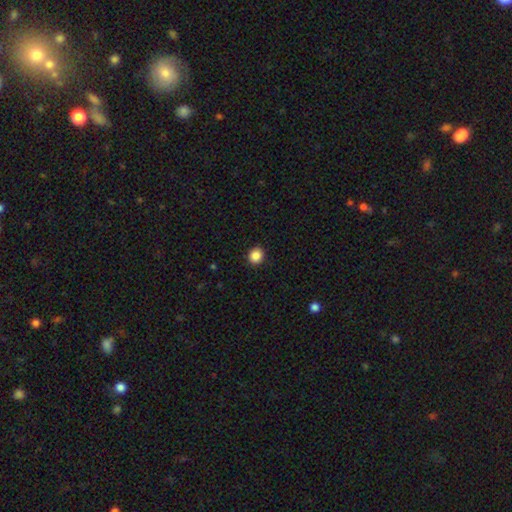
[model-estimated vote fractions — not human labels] Smooth or featured? Predicted: smooth (p=0.88). How rounded? Predicted: round (p=0.82). Merging? Predicted: none (p=0.92).